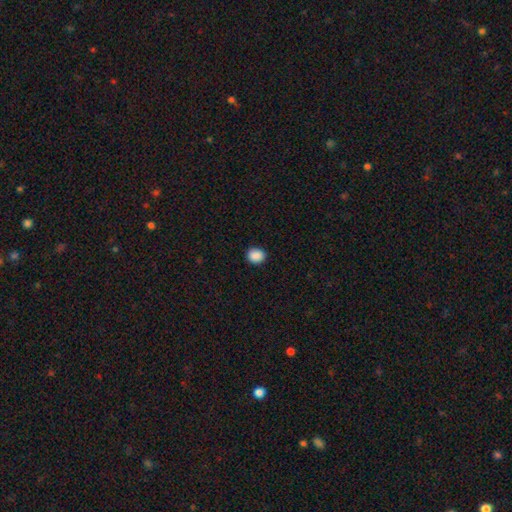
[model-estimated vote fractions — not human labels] smooth-or-featured: smooth: 89% | star or artifact: 8% | featured or disk: 2%
  how-rounded: round: 70% | in between: 29% | cigar-shaped: 1%
  merging: none: 89% | minor disturbance: 8% | major disturbance: 2% | merger: 1%